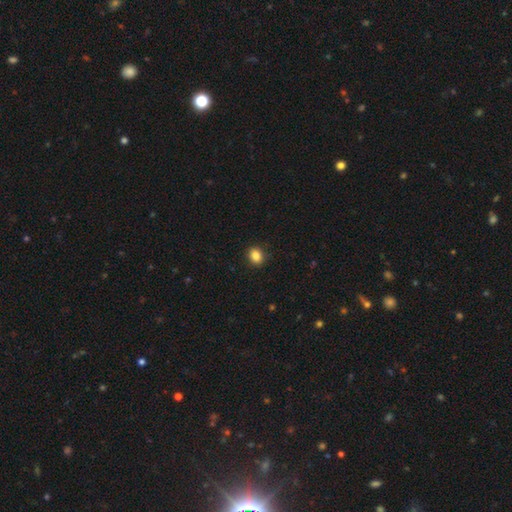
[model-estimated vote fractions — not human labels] smooth-or-featured: smooth: 87% | star or artifact: 10% | featured or disk: 3%
  how-rounded: round: 60% | in between: 39% | cigar-shaped: 1%
  merging: none: 89% | minor disturbance: 8% | major disturbance: 2% | merger: 1%